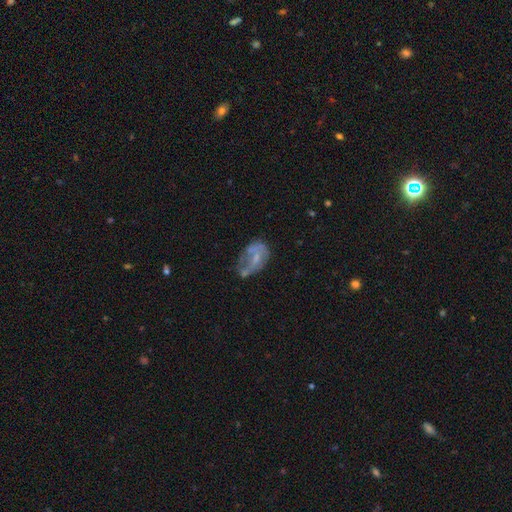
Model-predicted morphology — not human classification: A featured or disk galaxy (58%) with no bar (59%), no spiral arms (57%) and a small central bulge (45%).

Vote fractions:
- Smooth or featured? featured or disk: 58% / smooth: 32% / star or artifact: 10%
- Edge-on disk? no: 96% / yes: 4%
- Bar? no: 59% / weak: 33% / strong: 8%
- Spiral arms? no: 57% / yes: 43%
- Bulge size? small: 45% / none: 27% / moderate: 25% / large: 2% / dominant: 1%
- Merging? none: 32% / major disturbance: 30% / minor disturbance: 28% / merger: 9%